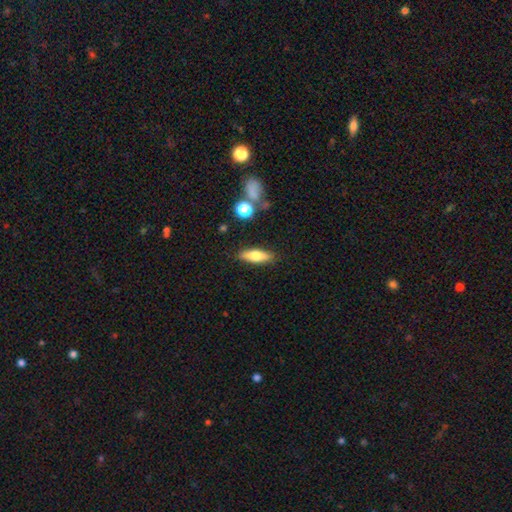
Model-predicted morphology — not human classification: Overall: smooth (62%; featured or disk 31%). How rounded: cigar-shaped (51%; in between 46%). Merging: none (83%).